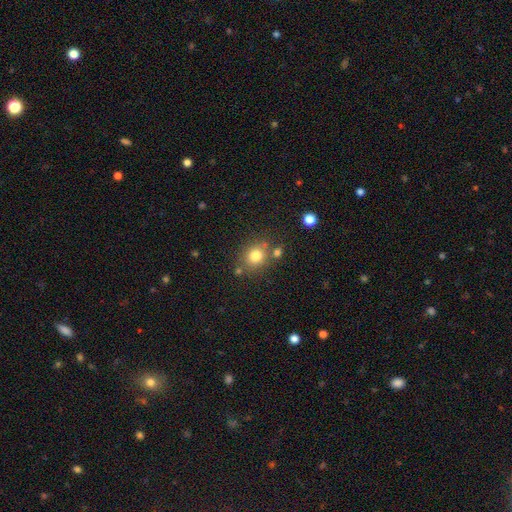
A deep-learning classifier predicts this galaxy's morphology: This is likely a smooth galaxy (78%). How rounded: likely round (74%). Merging: likely none (71%).